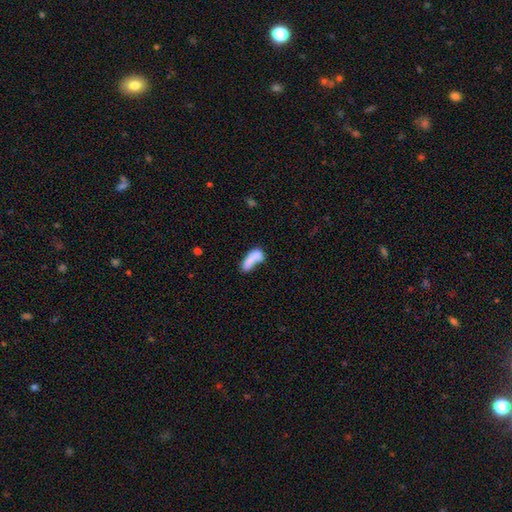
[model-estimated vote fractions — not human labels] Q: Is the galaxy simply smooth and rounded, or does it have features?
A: smooth — 71%.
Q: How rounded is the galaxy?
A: in between — 65%.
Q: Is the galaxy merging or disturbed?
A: merger — 45%.